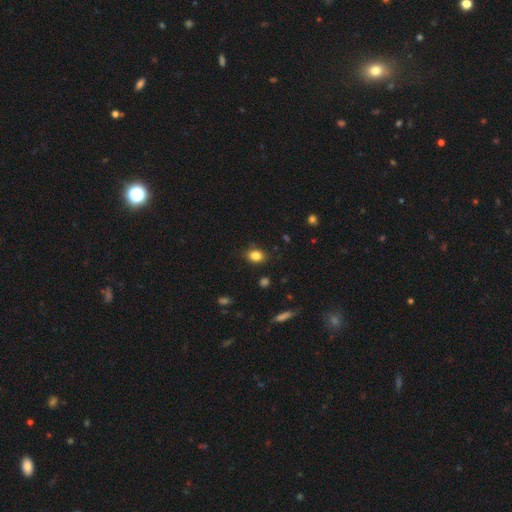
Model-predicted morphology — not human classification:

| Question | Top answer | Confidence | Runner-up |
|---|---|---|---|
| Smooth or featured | smooth | 83% | star or artifact (11%) |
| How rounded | in between | 60% | round (39%) |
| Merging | none | 84% | minor disturbance (12%) |